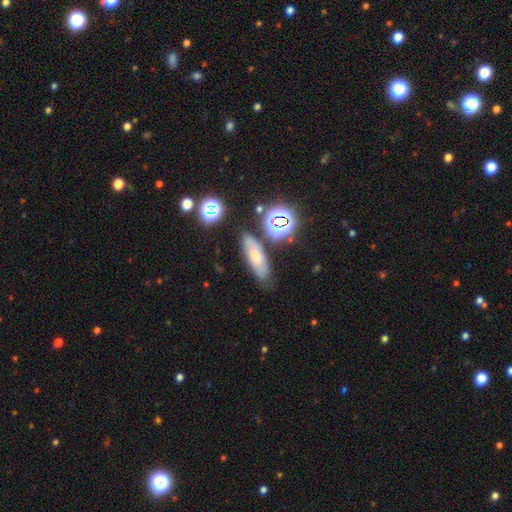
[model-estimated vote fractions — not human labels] Q: Smooth or featured?
A: smooth (46%); runner-up: star or artifact (28%)
Q: Merging?
A: none (74%); runner-up: minor disturbance (15%)